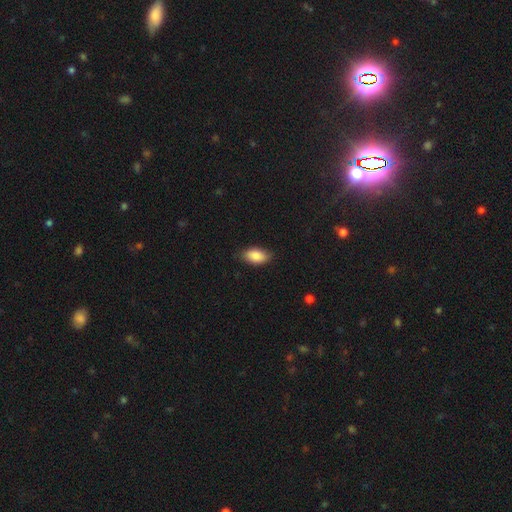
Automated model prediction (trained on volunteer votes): Smooth or featured: smooth — 86% (featured or disk — 7%)
How rounded: in between — 92% (round — 4%)
Merging: none — 81% (minor disturbance — 15%)